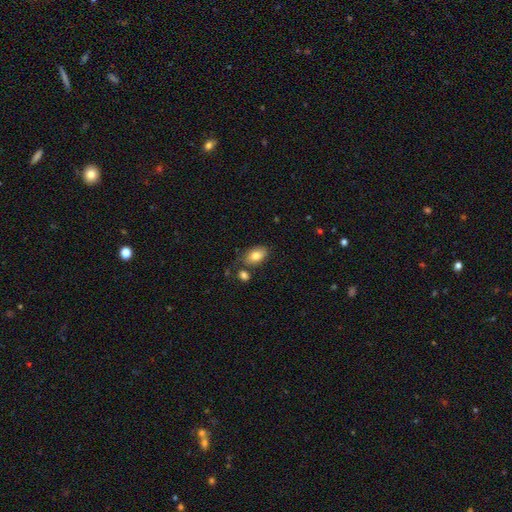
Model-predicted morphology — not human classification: This appears to be a smooth galaxy with no disk features (80%) that is in between round and cigar-shaped (91%). Merging: none (69%).